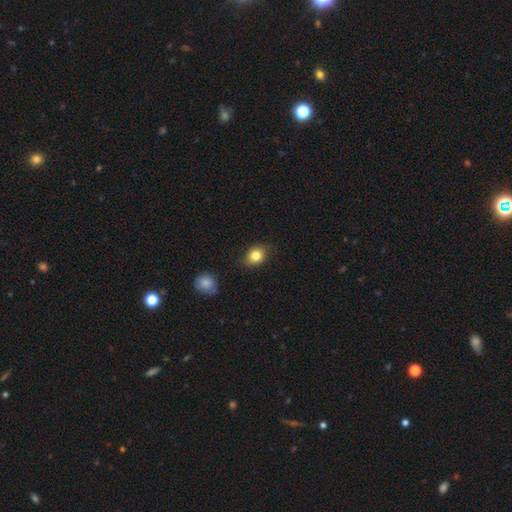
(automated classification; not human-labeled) Q: Smooth or featured?
A: smooth (82%); runner-up: star or artifact (10%)
Q: How rounded?
A: round (59%); runner-up: in between (39%)
Q: Merging?
A: none (78%); runner-up: minor disturbance (17%)